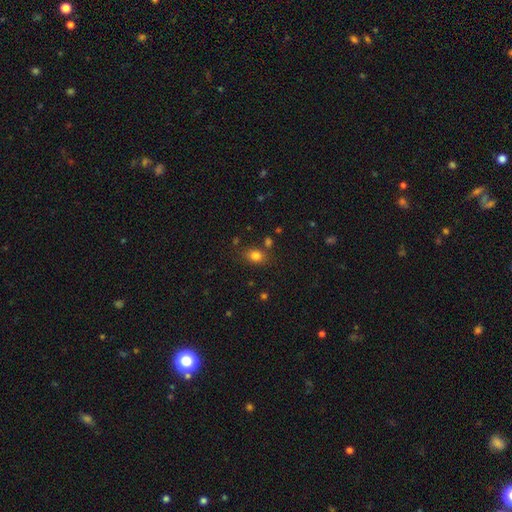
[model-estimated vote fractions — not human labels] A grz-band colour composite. It shows a smooth galaxy with no disk features (81%) that is in between round and cigar-shaped (63%). Merging: none (76%).